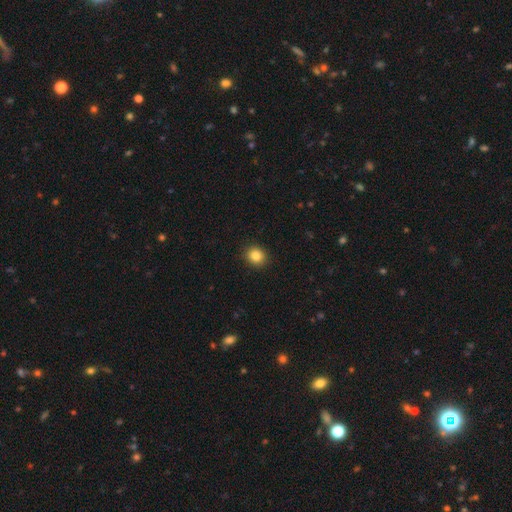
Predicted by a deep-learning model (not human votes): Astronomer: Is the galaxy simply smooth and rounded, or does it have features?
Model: smooth — 84%.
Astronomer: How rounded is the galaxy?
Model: round — 78%.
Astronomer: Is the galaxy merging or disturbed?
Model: none — 91%.